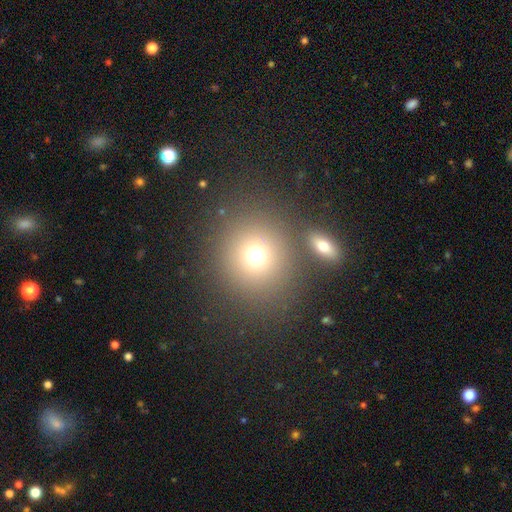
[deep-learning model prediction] Morphology: type=smooth (71%); roundness=round (89%); merging=none (71%).